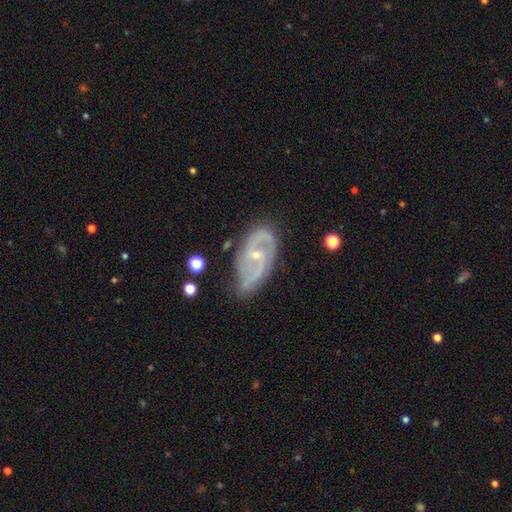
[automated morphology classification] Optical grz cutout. It shows a featured or disk galaxy (83%) with no bar (52%), 2 (73%) medium (48%) spiral arms (92%) and a small central bulge (72%). Merging: none (60%).